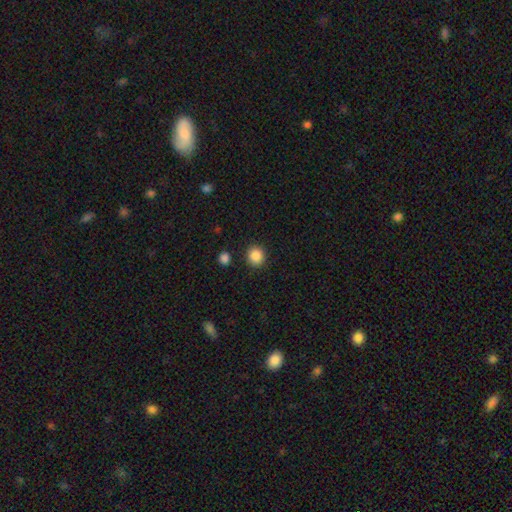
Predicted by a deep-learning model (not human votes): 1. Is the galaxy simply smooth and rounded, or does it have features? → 87% smooth, 9% star or artifact, 3% featured or disk.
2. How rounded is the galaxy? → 89% round, 10% in between, 1% cigar-shaped.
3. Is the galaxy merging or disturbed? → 89% none, 7% minor disturbance, 2% merger, 2% major disturbance.